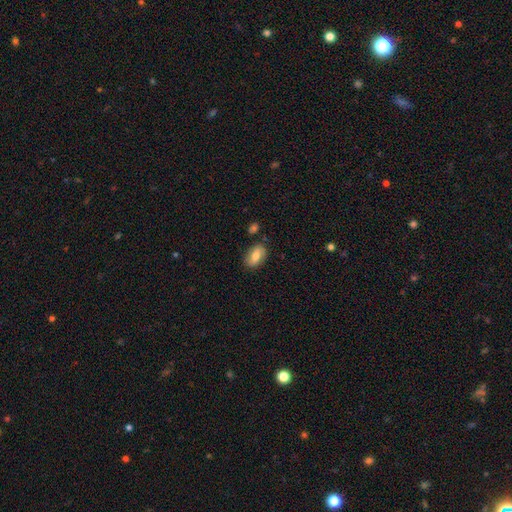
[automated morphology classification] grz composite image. It shows a smooth galaxy with no disk features (74%) that is in between round and cigar-shaped (91%). Merging: none (80%).